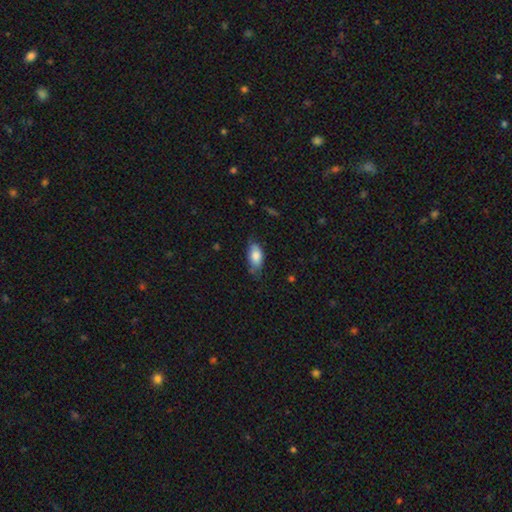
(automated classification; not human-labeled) smooth_or_featured: smooth (p=0.80) [alt: featured or disk p=0.14]
how_rounded: in between (p=0.89) [alt: cigar-shaped p=0.08]
merging: none (p=0.61) [alt: minor disturbance p=0.30]